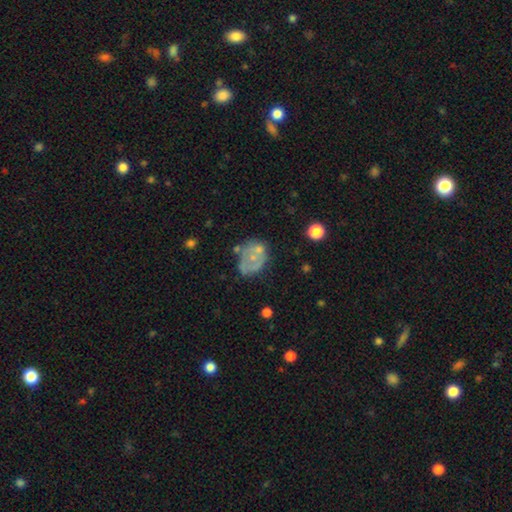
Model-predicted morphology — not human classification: The model was most divided on "smooth or featured": featured or disk: 44%, smooth: 41%, star or artifact: 14%. Remaining: merging — none (47%).